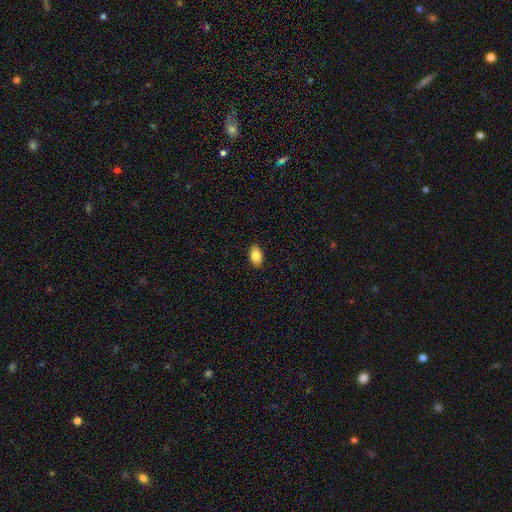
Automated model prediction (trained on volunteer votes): A smooth galaxy with no disk features (85%) that is in between round and cigar-shaped (89%).

Vote fractions:
- Smooth or featured? smooth: 85% / star or artifact: 8% / featured or disk: 7%
- How rounded? in between: 89% / round: 10% / cigar-shaped: 2%
- Merging? none: 89% / minor disturbance: 8% / major disturbance: 2% / merger: 1%